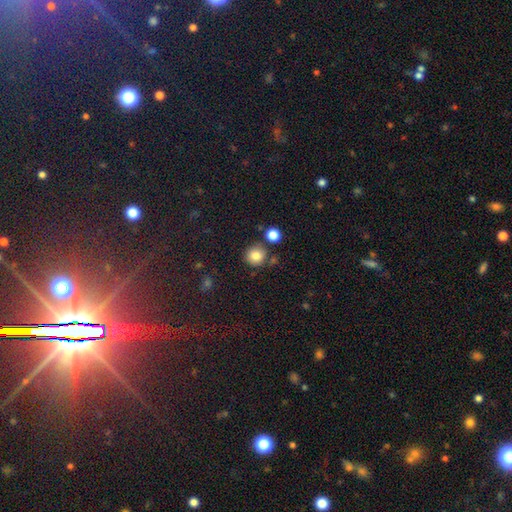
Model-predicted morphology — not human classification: smooth 83%, star or artifact 11%, featured or disk 6%. Down the decision tree: how rounded — round (90%); merging — none (80%).